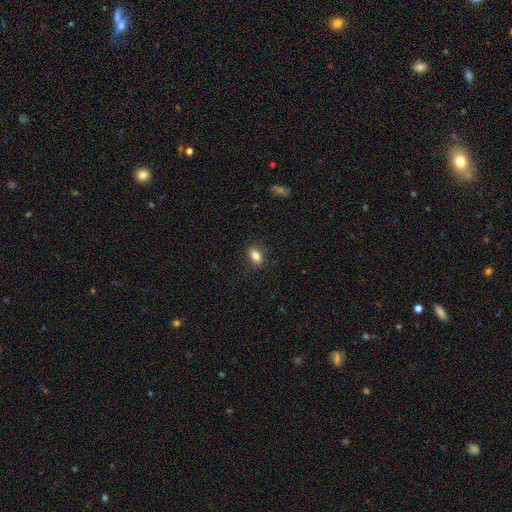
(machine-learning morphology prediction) This appears to be a smooth galaxy with no disk features (84%) that is in between round and cigar-shaped (86%). Merging: none (87%).